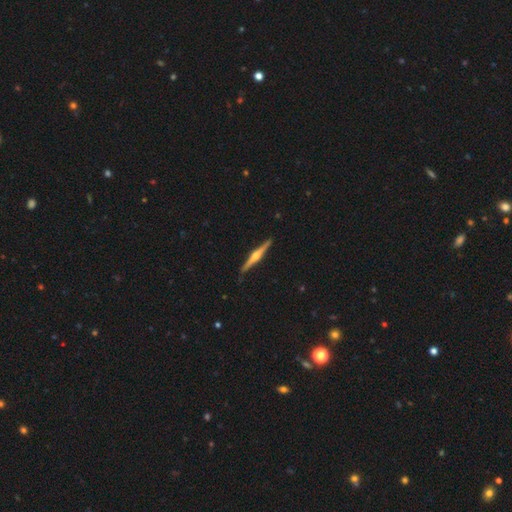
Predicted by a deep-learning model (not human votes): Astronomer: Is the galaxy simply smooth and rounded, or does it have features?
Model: featured or disk — 80%.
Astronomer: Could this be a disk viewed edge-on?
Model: yes — 98%.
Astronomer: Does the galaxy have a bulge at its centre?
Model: rounded — 92%.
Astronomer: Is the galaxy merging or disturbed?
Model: none — 90%.